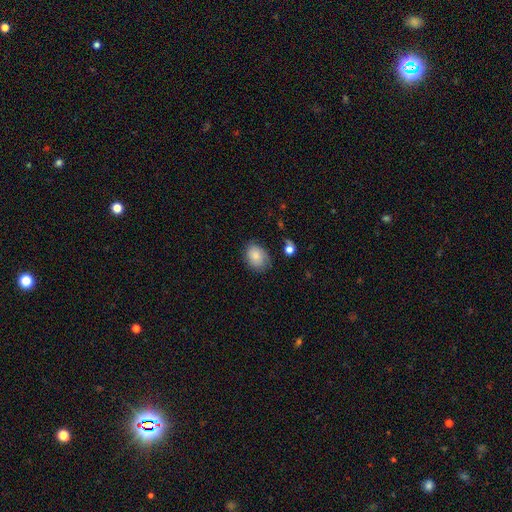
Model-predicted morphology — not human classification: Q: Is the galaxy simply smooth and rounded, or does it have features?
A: smooth — 75%.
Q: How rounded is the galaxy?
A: in between — 69%.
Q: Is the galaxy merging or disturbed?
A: none — 66%.